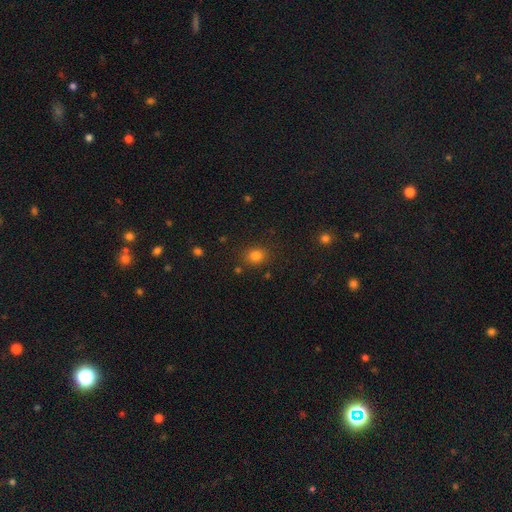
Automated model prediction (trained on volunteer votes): Smooth or featured? Predicted: smooth (p=0.81). How rounded? Predicted: round (p=0.65). Merging? Predicted: none (p=0.84).